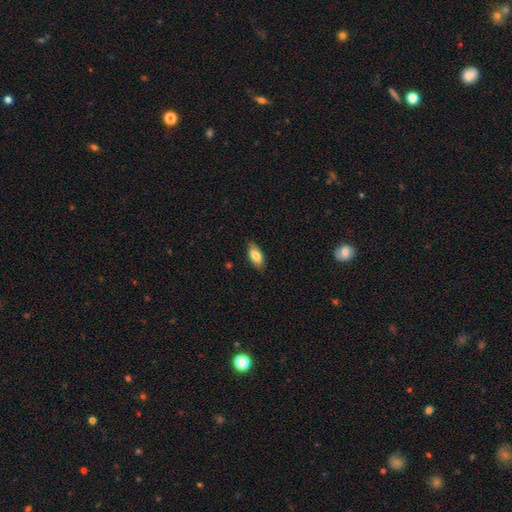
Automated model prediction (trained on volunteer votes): smooth-or-featured: smooth: 80% | featured or disk: 14% | star or artifact: 7%
  how-rounded: in between: 87% | cigar-shaped: 10% | round: 3%
  merging: none: 83% | minor disturbance: 13% | major disturbance: 2% | merger: 1%